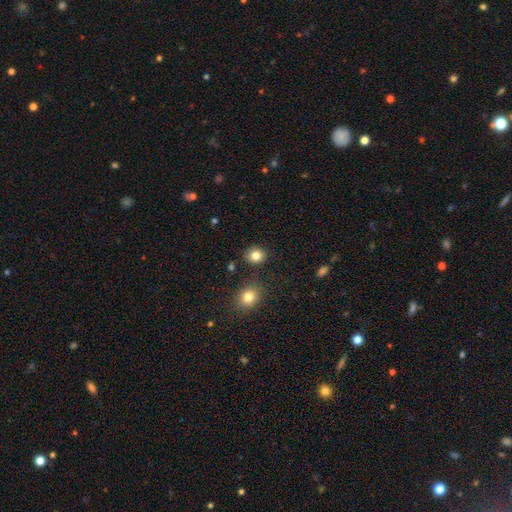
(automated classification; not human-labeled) Q: Smooth or featured?
A: smooth (83%); runner-up: star or artifact (11%)
Q: How rounded?
A: round (71%); runner-up: in between (28%)
Q: Merging?
A: none (85%); runner-up: minor disturbance (9%)